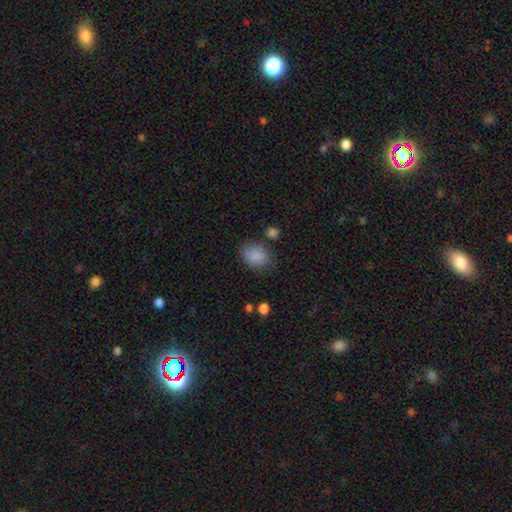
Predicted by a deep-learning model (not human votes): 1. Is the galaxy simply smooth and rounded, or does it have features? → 86% smooth, 9% star or artifact, 5% featured or disk.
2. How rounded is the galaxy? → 62% in between, 37% round, 1% cigar-shaped.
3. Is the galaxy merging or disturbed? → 72% none, 18% minor disturbance, 6% major disturbance, 4% merger.